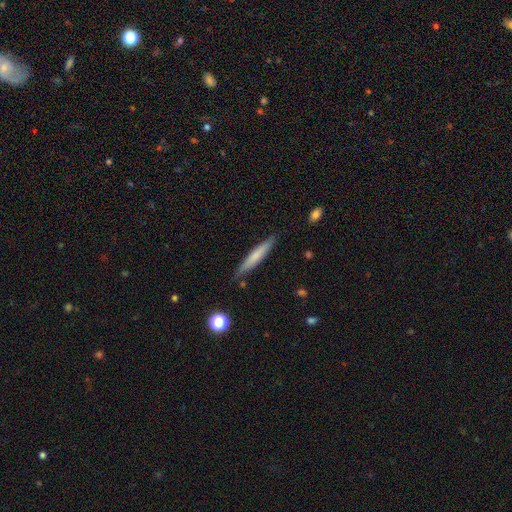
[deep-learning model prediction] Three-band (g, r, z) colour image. It shows a smooth galaxy with no disk features (66%) that is cigar-shaped (94%). Merging: none (87%).